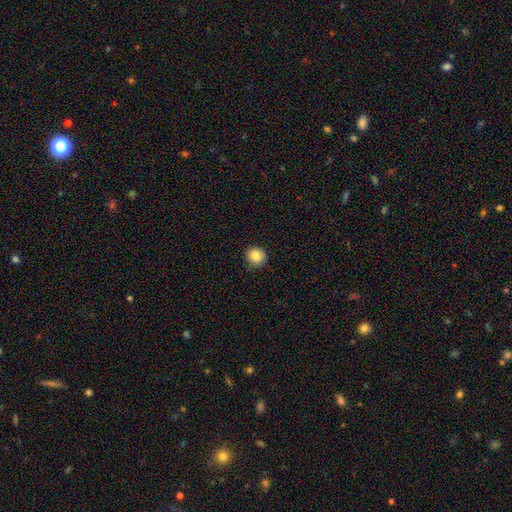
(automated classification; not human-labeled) smooth 85%, star or artifact 9%, featured or disk 5%. Down the decision tree: how rounded — round (87%); merging — none (86%).